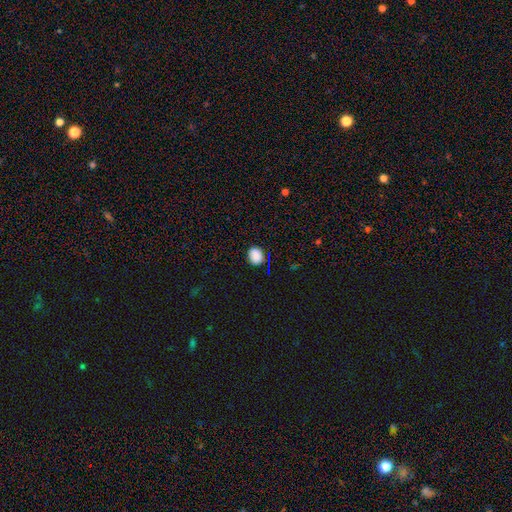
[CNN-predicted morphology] This is clearly a smooth galaxy (85%). How rounded: likely round (62%). Merging: clearly none (84%).